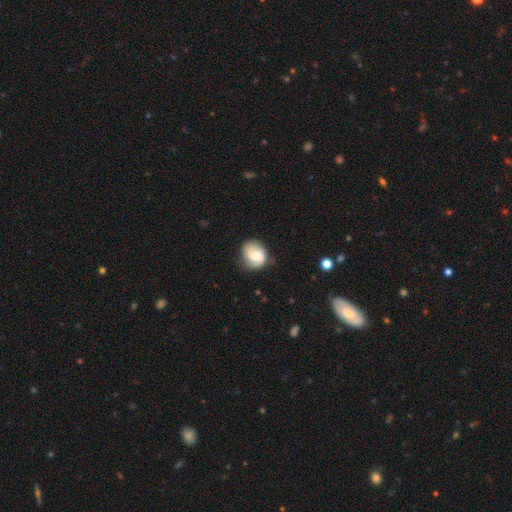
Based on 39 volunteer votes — Smooth or featured? 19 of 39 (49%) said featured or disk. Edge-on disk? 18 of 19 (95%) said no. Bar? 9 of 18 (50%, tied with no) said weak. Spiral arms? 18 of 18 (100%) said yes. Spiral winding? 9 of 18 (50%) said tight. Spiral arm count? 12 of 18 (67%) said 2. Bulge size? 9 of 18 (50%) said small. Merging? 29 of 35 (83%) said none.